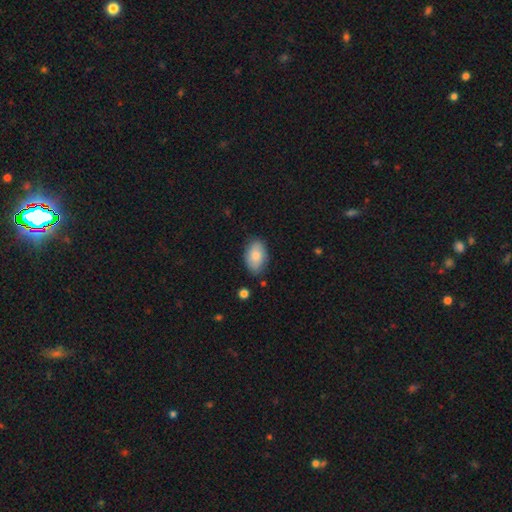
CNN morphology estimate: Smooth or featured: smooth — 80% (featured or disk — 14%)
How rounded: in between — 93% (round — 6%)
Merging: none — 78% (minor disturbance — 17%)